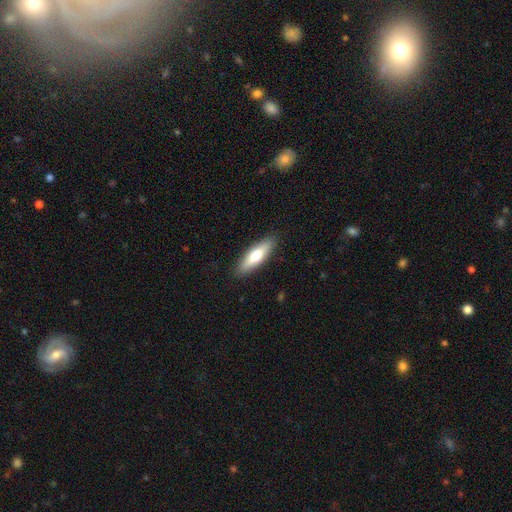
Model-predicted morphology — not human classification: smooth 64%, featured or disk 31%, star or artifact 6%. Down the decision tree: how rounded — cigar-shaped (63%); merging — none (89%).